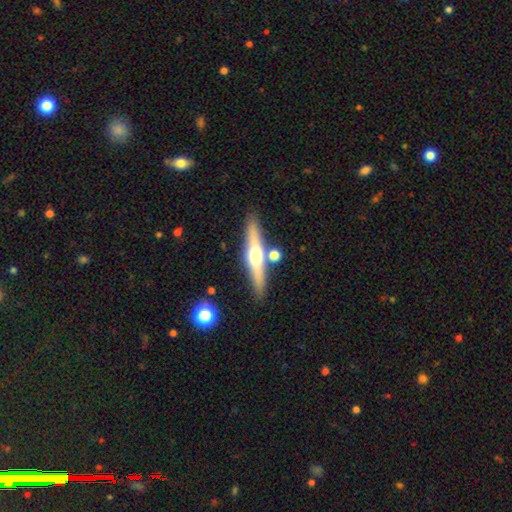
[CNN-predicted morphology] This appears to be a featured or disk galaxy (59%) viewed edge-on (94%) with a rounded central bulge (91%). Merging: none (80%).